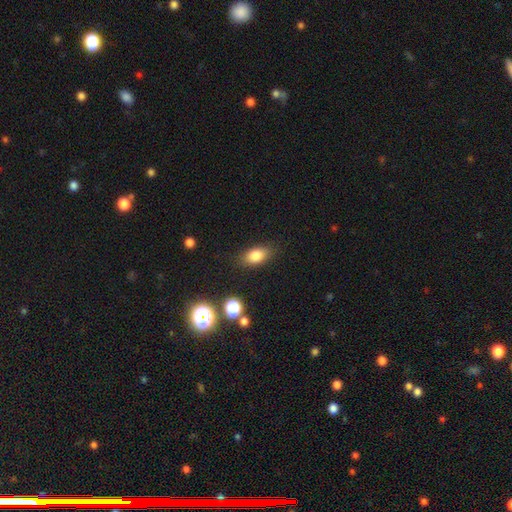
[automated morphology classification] Smooth or featured: smooth — 81% (star or artifact — 10%)
How rounded: in between — 85% (round — 11%)
Merging: none — 83% (minor disturbance — 12%)